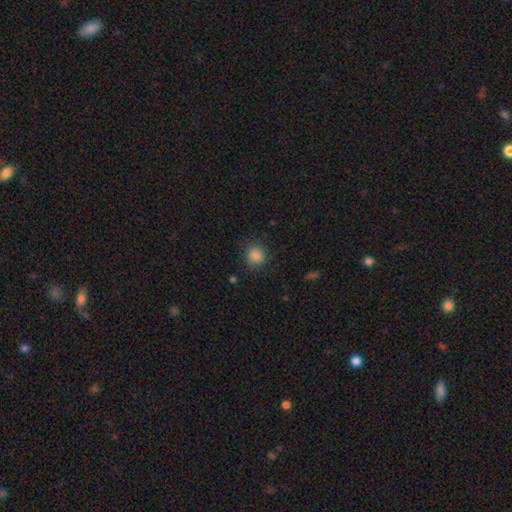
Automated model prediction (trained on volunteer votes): This is clearly a smooth galaxy (86%). How rounded: clearly round (87%). Merging: clearly none (84%).